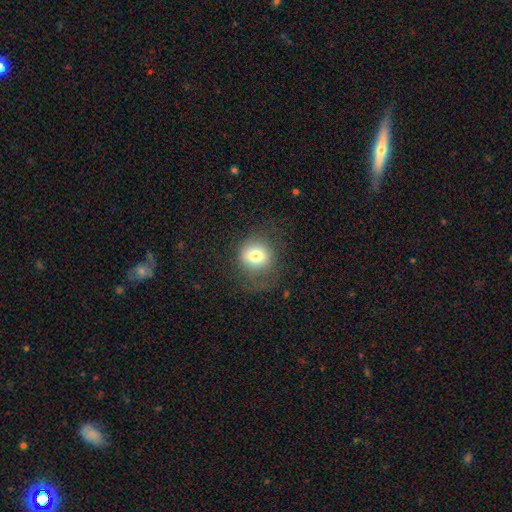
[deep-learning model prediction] Q: Smooth or featured?
A: smooth (75%); runner-up: featured or disk (14%)
Q: How rounded?
A: round (84%); runner-up: in between (15%)
Q: Merging?
A: none (67%); runner-up: minor disturbance (17%)